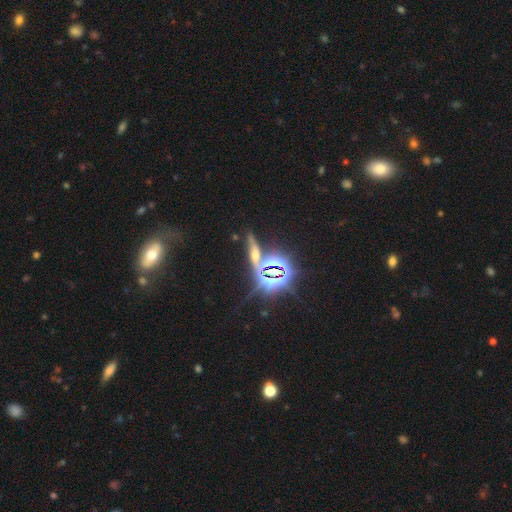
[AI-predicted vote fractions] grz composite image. It shows a star or artifact, not a galaxy (52%).